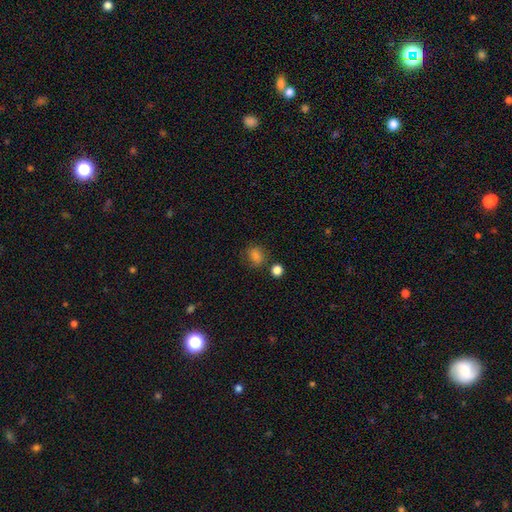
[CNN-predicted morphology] Q: Smooth or featured?
A: smooth (76%); runner-up: star or artifact (16%)
Q: How rounded?
A: round (66%); runner-up: in between (33%)
Q: Merging?
A: none (73%); runner-up: minor disturbance (15%)